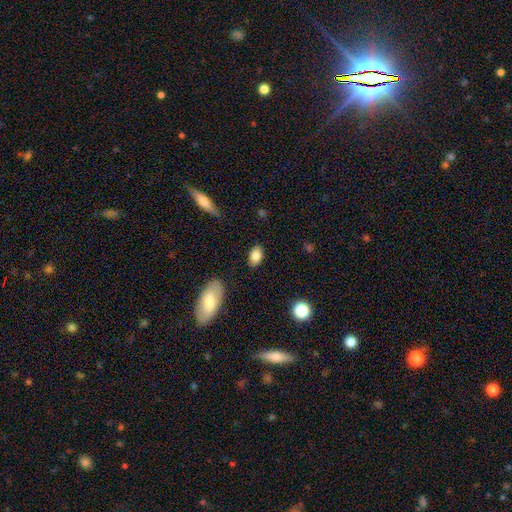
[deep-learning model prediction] A smooth galaxy with no disk features (84%) that is in between round and cigar-shaped (90%).

Vote fractions:
- Smooth or featured? smooth: 84% / featured or disk: 8% / star or artifact: 7%
- How rounded? in between: 90% / round: 8% / cigar-shaped: 2%
- Merging? none: 85% / minor disturbance: 11% / major disturbance: 3% / merger: 2%